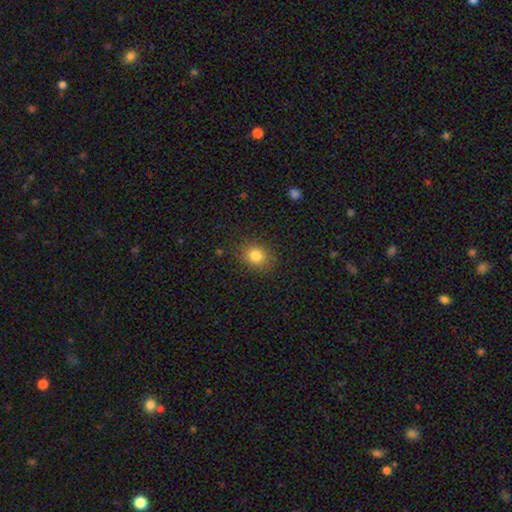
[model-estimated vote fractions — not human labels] This appears to be a smooth galaxy with no disk features (82%) that is round (62%). Merging: none (86%).